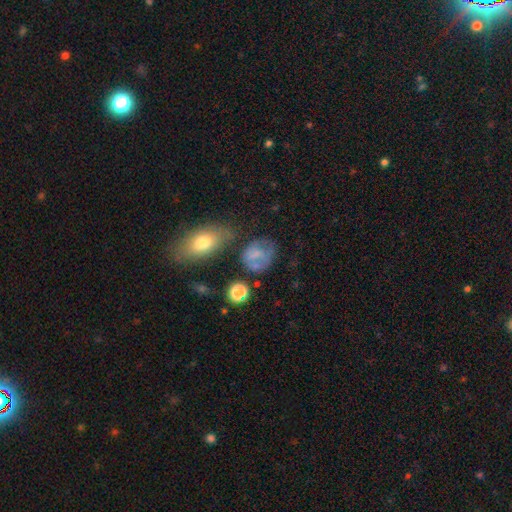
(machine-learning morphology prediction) The model was most divided on "how rounded": round: 54%, in between: 44%, cigar-shaped: 1%. Remaining: smooth or featured — smooth (59%); merging — none (43%).